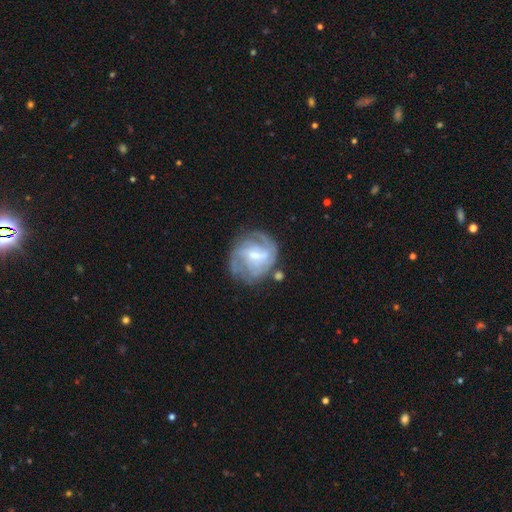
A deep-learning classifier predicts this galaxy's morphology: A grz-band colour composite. It shows a featured or disk galaxy (72%) with a weak bar (53%), tight (43%) spiral arms (79%) and a small central bulge (49%). Merging: none (56%).